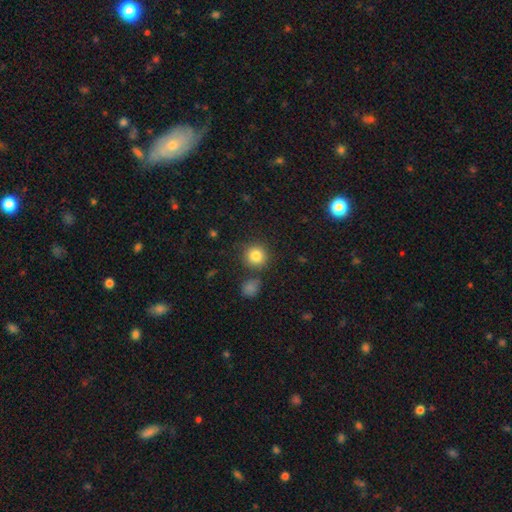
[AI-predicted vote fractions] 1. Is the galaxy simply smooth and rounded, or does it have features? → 84% smooth, 10% star or artifact, 5% featured or disk.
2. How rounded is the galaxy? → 91% round, 8% in between, 1% cigar-shaped.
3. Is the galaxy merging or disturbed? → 79% none, 9% minor disturbance, 8% merger, 3% major disturbance.